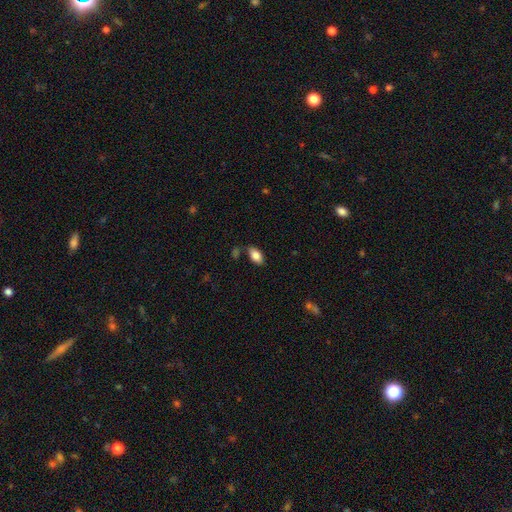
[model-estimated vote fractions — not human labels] Smooth or featured? Predicted: smooth (p=0.83). How rounded? Predicted: in between (p=0.93). Merging? Predicted: none (p=0.78).